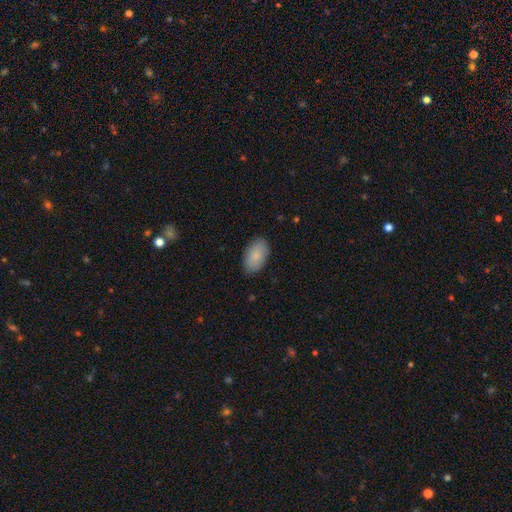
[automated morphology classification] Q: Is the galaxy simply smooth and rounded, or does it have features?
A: smooth — 86%.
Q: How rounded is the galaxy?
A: in between — 94%.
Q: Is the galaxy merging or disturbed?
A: none — 86%.